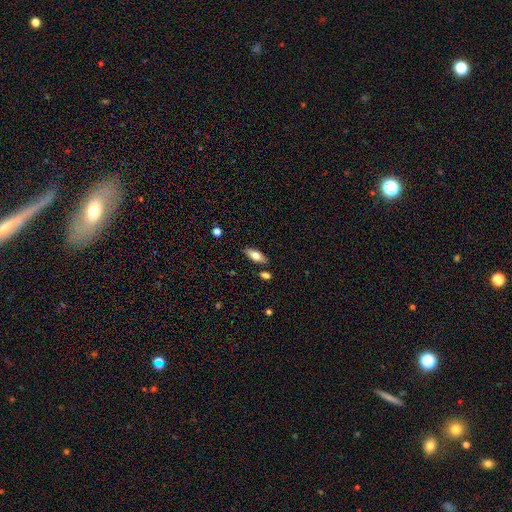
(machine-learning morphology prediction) Overall: smooth (66%; featured or disk 28%). How rounded: in between (72%). Merging: none (84%).